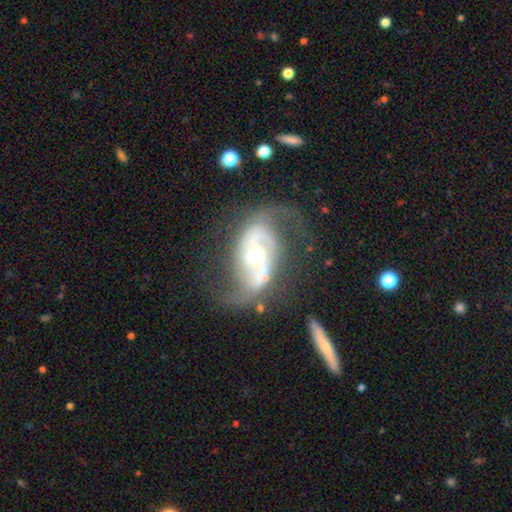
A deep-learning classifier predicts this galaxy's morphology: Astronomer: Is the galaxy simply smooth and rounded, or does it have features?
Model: featured or disk — 85%.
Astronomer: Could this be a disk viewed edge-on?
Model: no — 96%.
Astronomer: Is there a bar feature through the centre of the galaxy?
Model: no — 59%.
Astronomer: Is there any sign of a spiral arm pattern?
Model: yes — 89%.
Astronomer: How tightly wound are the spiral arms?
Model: medium — 44% (runner-up: loose, 37%).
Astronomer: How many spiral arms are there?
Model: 2 — 85%.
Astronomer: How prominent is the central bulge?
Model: moderate — 71%.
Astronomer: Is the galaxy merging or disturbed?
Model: none — 53%.